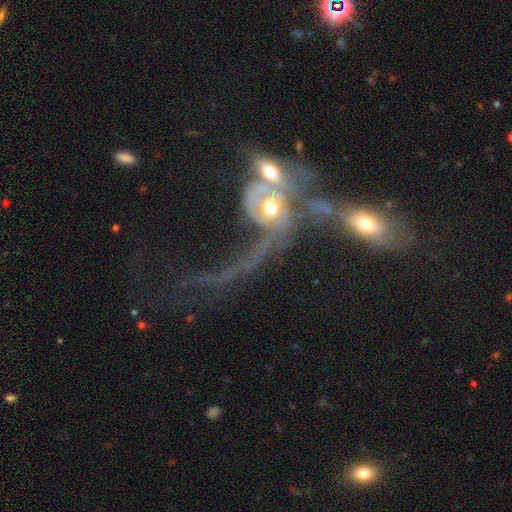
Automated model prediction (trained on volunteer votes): A featured or disk galaxy (74%) with no bar (69%), 1 (46%) loose (78%) spiral arms (76%) and a moderate central bulge (48%).

Vote fractions:
- Smooth or featured? featured or disk: 74% / smooth: 15% / star or artifact: 11%
- Edge-on disk? no: 93% / yes: 7%
- Bar? no: 69% / weak: 23% / strong: 8%
- Spiral arms? yes: 76% / no: 24%
- Spiral winding? loose: 78% / medium: 16% / tight: 6%
- Spiral arm count? 1: 46% / 2: 37% / can't tell: 12% / 3: 2% / 4: 2% / more than 4: 2%
- Bulge size? moderate: 48% / small: 38% / large: 7% / none: 5% / dominant: 2%
- Merging? merger: 63% / major disturbance: 21% / none: 10% / minor disturbance: 6%